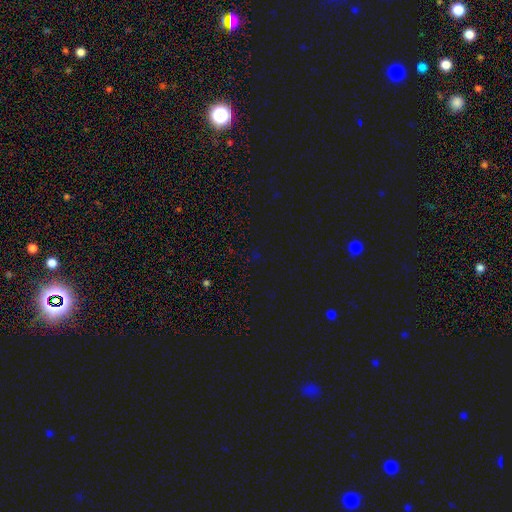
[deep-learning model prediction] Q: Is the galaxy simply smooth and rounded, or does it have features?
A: star or artifact — 76%.